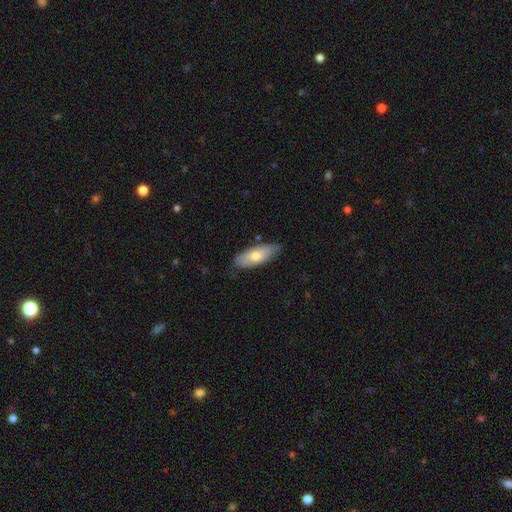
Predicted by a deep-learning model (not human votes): smooth_or_featured: smooth (p=0.68) [alt: featured or disk p=0.26]
how_rounded: in between (p=0.76) [alt: cigar-shaped p=0.22]
merging: none (p=0.78) [alt: minor disturbance p=0.18]